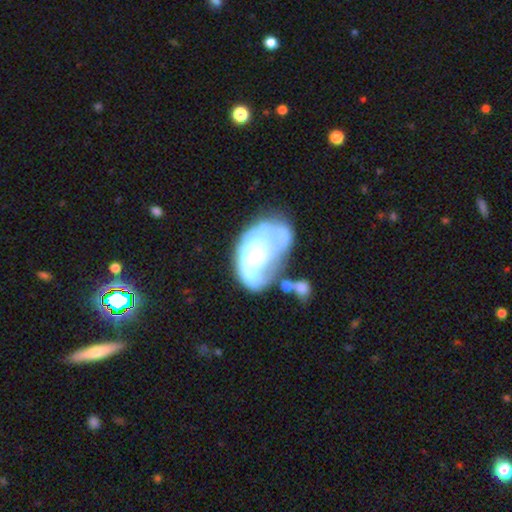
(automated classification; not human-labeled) featured or disk 70%, smooth 22%, star or artifact 8%. Down the decision tree: edge-on disk — no (98%); bar — no (81%); spiral arms — no (56%); bulge size — small (38%); merging — major disturbance (29%).